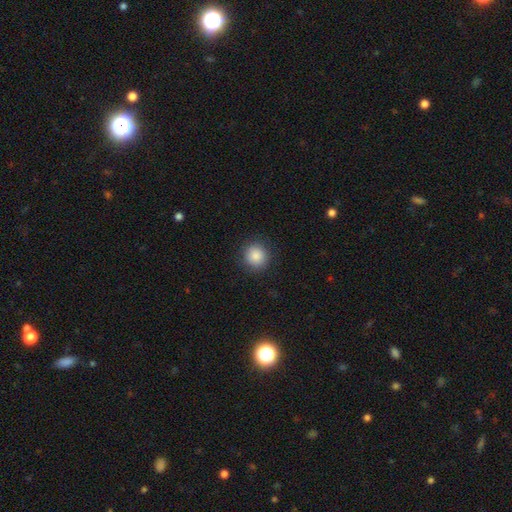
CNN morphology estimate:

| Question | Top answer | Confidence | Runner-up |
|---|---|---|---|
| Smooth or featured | smooth | 87% | star or artifact (9%) |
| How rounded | round | 91% | in between (8%) |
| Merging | none | 89% | minor disturbance (7%) |